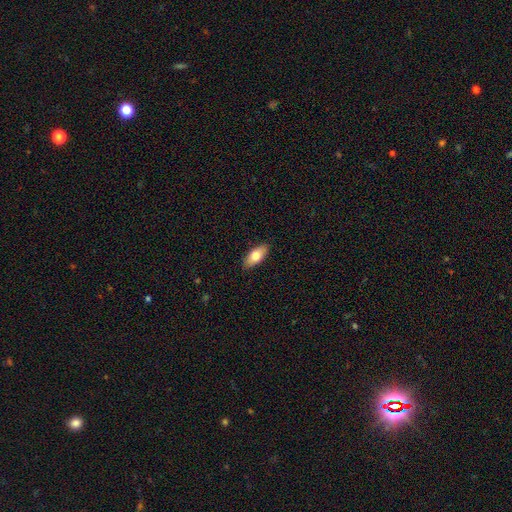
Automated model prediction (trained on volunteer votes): Smooth or featured: smooth — 75% (featured or disk — 19%)
How rounded: in between — 86% (cigar-shaped — 11%)
Merging: none — 89% (minor disturbance — 8%)